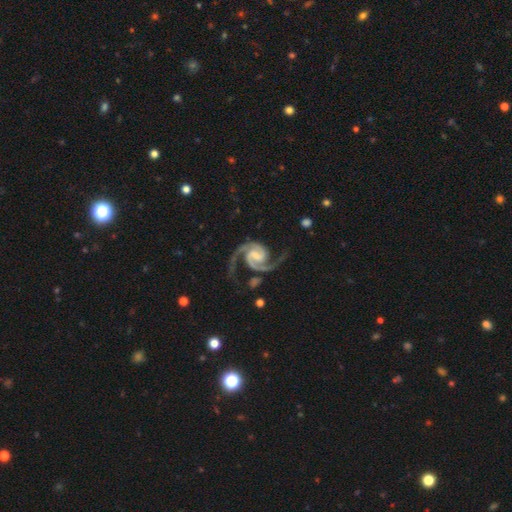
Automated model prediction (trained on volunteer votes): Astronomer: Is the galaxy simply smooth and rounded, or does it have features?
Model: featured or disk — 95%.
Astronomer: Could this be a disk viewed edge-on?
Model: no — 98%.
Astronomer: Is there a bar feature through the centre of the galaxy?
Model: weak — 49% (runner-up: no, 28%).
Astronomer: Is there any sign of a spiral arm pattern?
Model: yes — 99%.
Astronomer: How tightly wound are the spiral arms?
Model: medium — 62%.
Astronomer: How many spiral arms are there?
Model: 2 — 93%.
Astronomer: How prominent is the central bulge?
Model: small — 43% (runner-up: moderate, 34%).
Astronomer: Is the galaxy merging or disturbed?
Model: none — 73%.